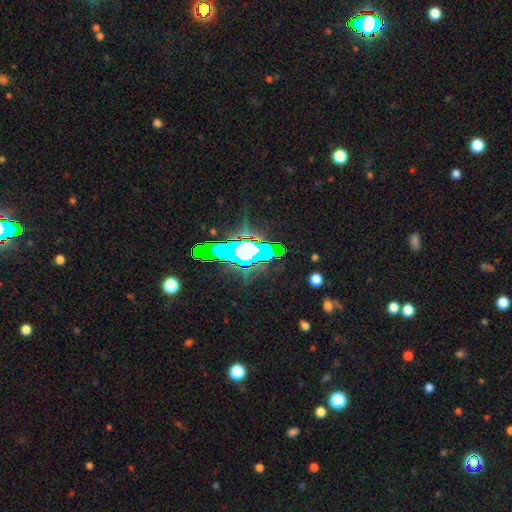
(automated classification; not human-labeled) star or artifact 47%, featured or disk 32%, smooth 21%.